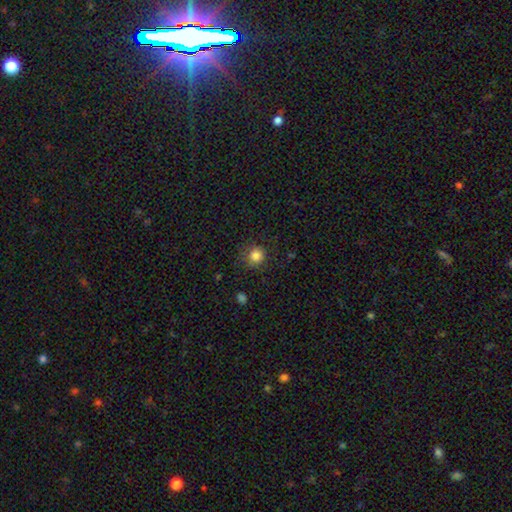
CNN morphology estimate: smooth_or_featured: smooth (p=0.83) [alt: star or artifact p=0.12]
how_rounded: round (p=0.91) [alt: in between p=0.08]
merging: none (p=0.82) [alt: minor disturbance p=0.13]